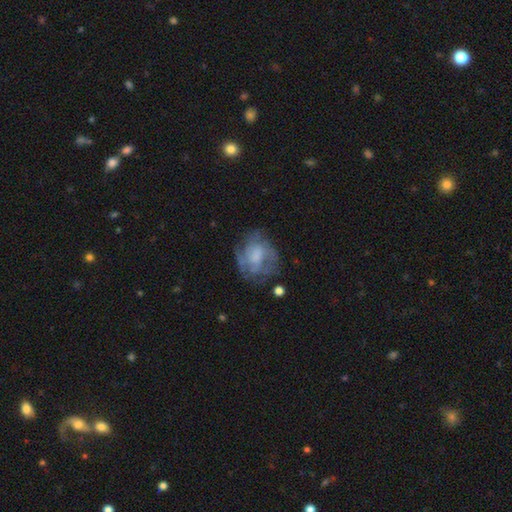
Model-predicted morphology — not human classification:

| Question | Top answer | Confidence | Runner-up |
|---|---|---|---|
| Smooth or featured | featured or disk | 58% | smooth (33%) |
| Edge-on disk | no | 97% | yes (3%) |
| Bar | no | 69% | weak (27%) |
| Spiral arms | yes | 60% | no (40%) |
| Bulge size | none | 33% | moderate (30%) |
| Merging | none | 56% | minor disturbance (22%) |